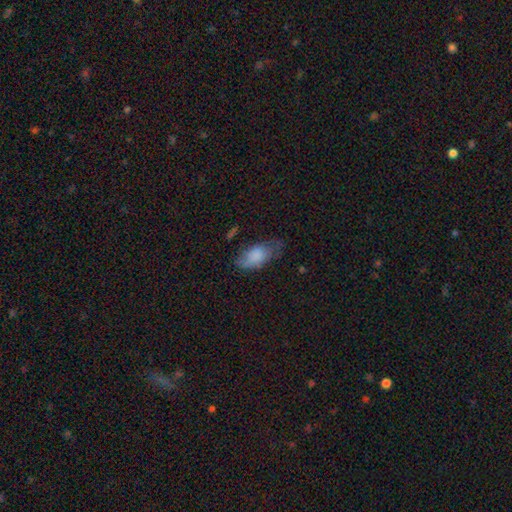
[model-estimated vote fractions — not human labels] Overall: smooth (75%). How rounded: in between (92%). Merging: none (48%; minor disturbance 34%).